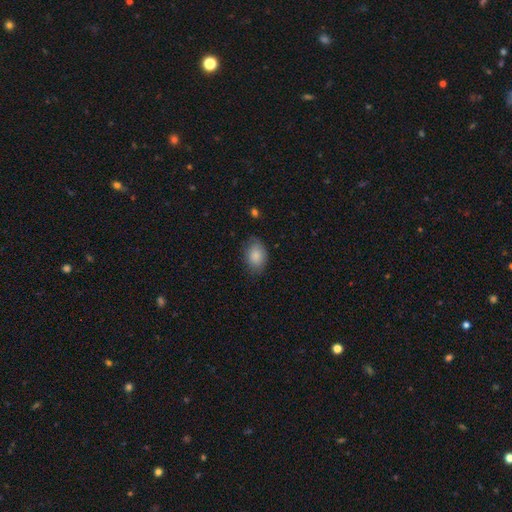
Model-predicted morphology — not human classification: type=smooth (85%); roundness=in between (82%); merging=none (75%).